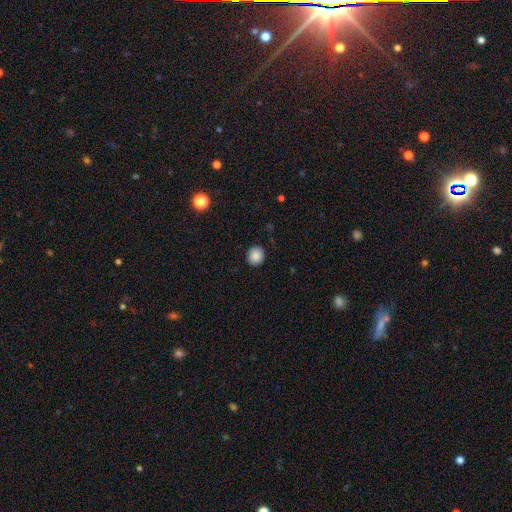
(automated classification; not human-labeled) Smooth or featured? smooth (87%)
How rounded? round (82%)
Merging? none (89%)